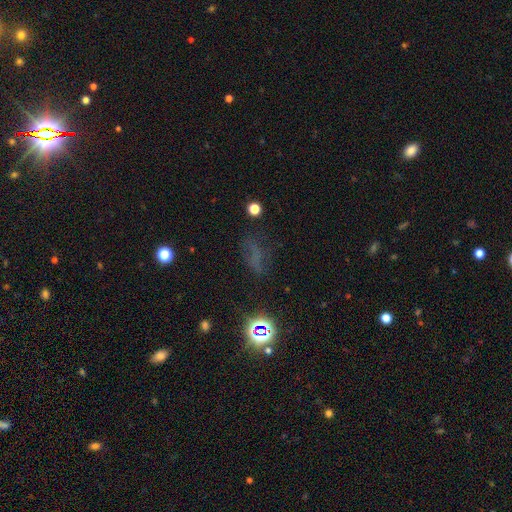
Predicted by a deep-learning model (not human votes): Morphology: type=smooth (40%); merging=none (61%).